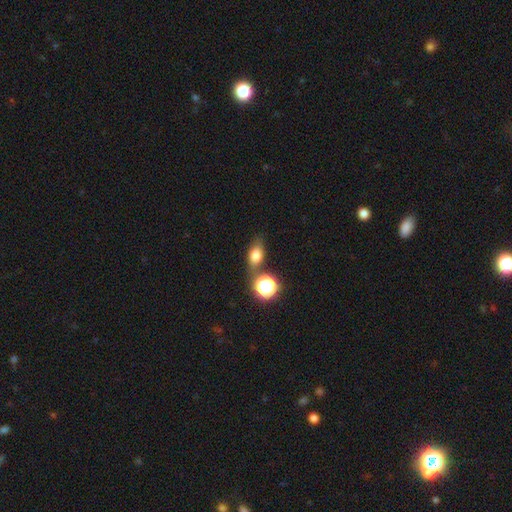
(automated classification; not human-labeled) This is likely a smooth galaxy (72%). How rounded: likely in between (69%). Merging: likely none (65%).